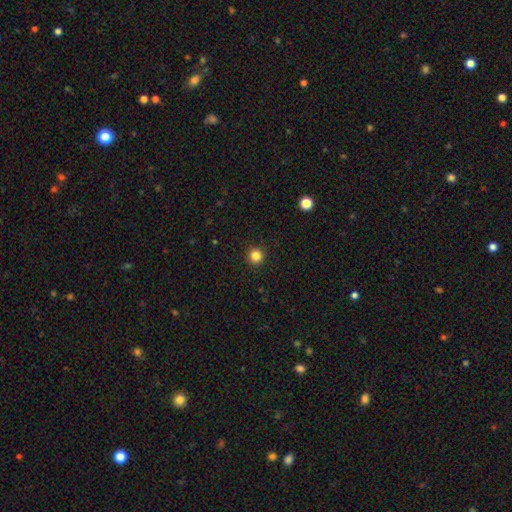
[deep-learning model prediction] Q: Smooth or featured?
A: smooth (84%); runner-up: star or artifact (12%)
Q: How rounded?
A: round (95%); runner-up: in between (4%)
Q: Merging?
A: none (93%); runner-up: minor disturbance (5%)